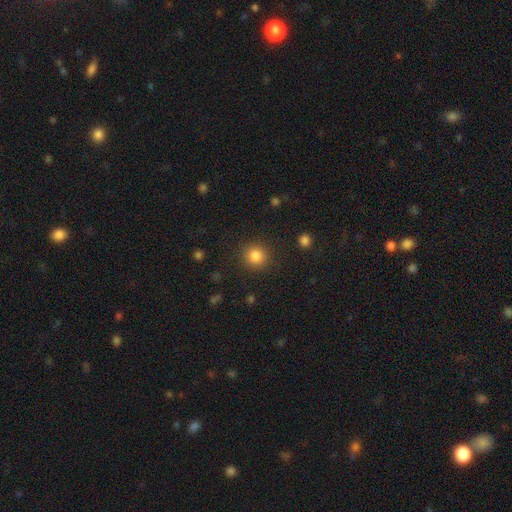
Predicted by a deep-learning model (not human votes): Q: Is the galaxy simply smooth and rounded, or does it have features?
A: smooth — 85%.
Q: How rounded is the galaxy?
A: round — 93%.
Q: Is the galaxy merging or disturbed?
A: none — 89%.